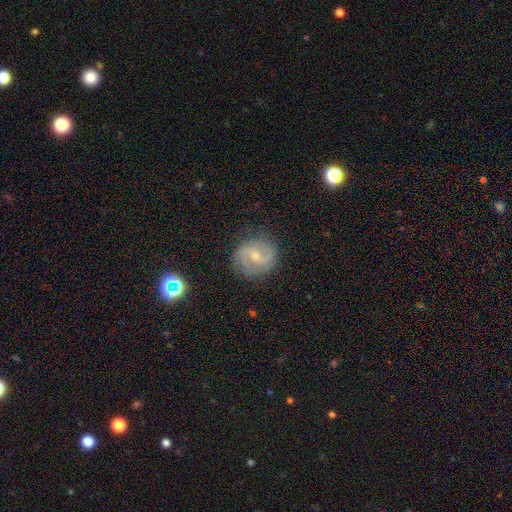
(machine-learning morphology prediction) This appears to be a featured or disk galaxy (71%) with a weak bar (49%), 2 (81%) medium (47%) spiral arms (89%) and a small central bulge (50%). Merging: none (81%).